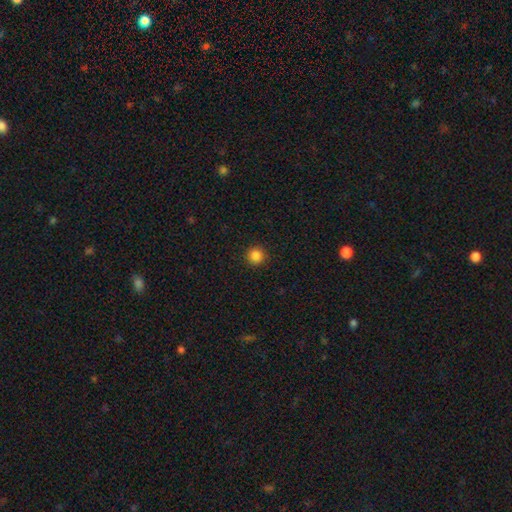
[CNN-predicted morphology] smooth_or_featured: smooth (p=0.86) [alt: star or artifact p=0.11]
how_rounded: round (p=0.95) [alt: in between p=0.04]
merging: none (p=0.93) [alt: minor disturbance p=0.05]